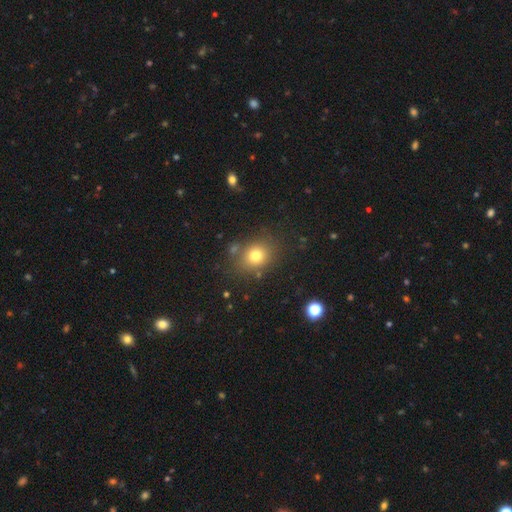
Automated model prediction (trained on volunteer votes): This appears to be a smooth galaxy with no disk features (76%) that is round (64%). Merging: none (80%).